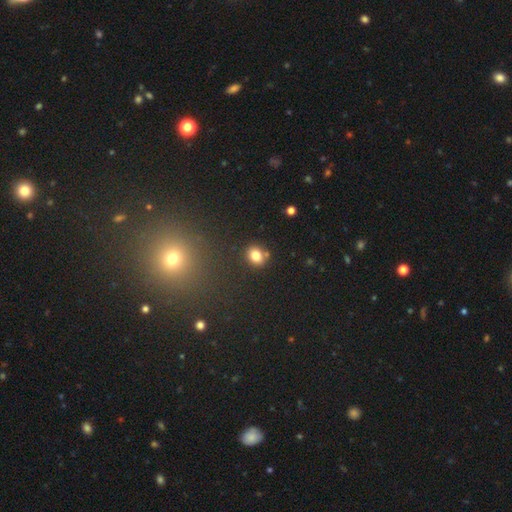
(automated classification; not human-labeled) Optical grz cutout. It shows a smooth galaxy with no disk features (80%) that is round (53%). Merging: none (78%).